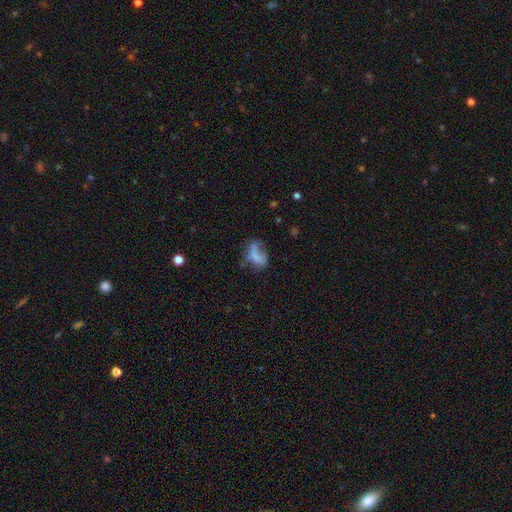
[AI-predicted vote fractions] This is possibly a smooth galaxy (59%). How rounded: clearly in between (80%). Merging: marginally major disturbance (35%).